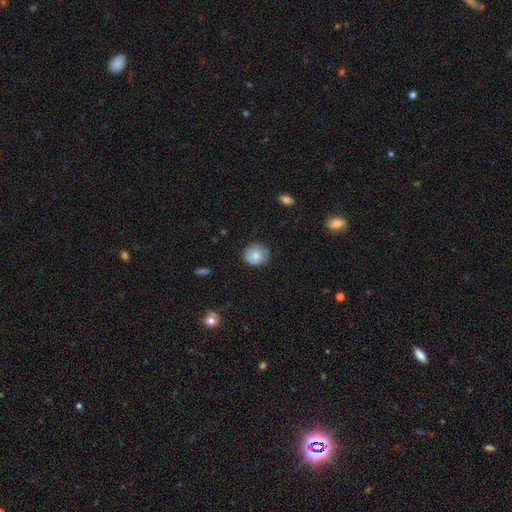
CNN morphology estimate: This is likely a smooth galaxy (73%). How rounded: likely round (79%). Merging: likely none (72%).